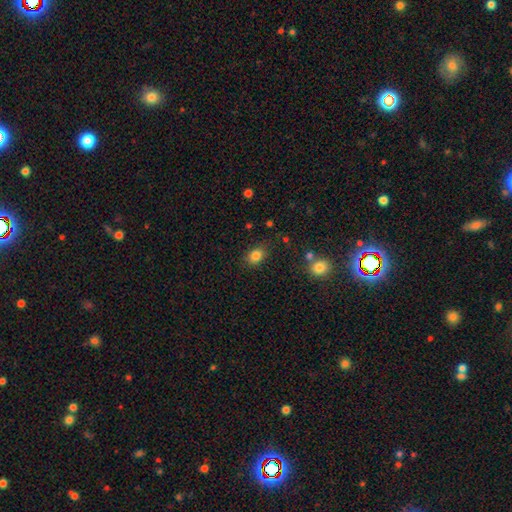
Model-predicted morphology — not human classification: A smooth galaxy with no disk features (83%) that is in between round and cigar-shaped (62%). Merging: none (81%).